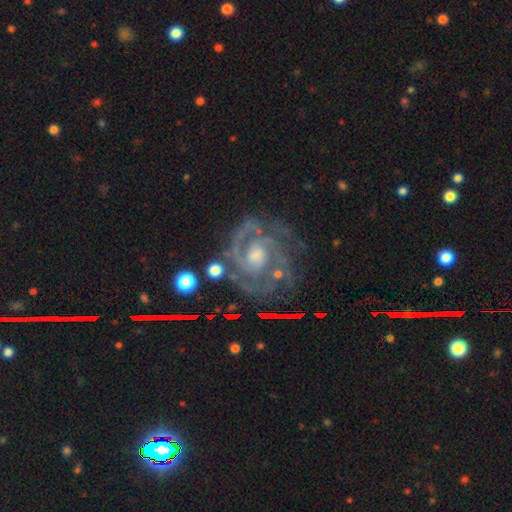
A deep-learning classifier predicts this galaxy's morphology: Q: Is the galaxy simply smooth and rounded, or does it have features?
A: featured or disk — 90%.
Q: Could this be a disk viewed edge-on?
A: no — 98%.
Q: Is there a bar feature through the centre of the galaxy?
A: no — 59%.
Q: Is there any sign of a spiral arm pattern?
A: yes — 97%.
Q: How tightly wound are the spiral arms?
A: tight — 63%.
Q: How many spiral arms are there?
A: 2 — 43%.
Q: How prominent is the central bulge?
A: moderate — 52%.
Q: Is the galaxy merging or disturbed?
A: none — 69%.